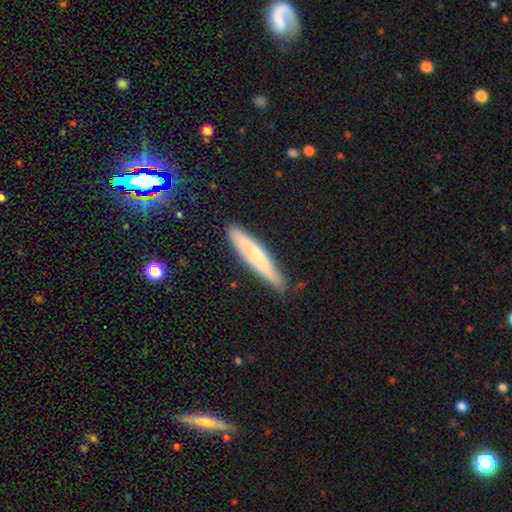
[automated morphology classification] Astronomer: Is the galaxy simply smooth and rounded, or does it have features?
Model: smooth — 55% (runner-up: featured or disk, 38%).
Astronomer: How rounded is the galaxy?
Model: cigar-shaped — 87%.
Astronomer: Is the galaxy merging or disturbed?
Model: none — 83%.